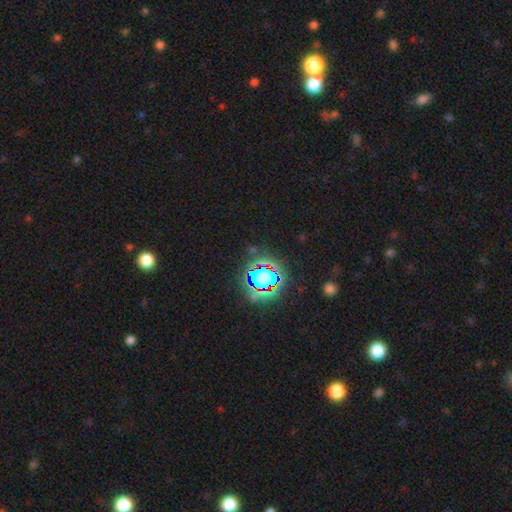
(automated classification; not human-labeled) This is clearly a star or artifact rather than a galaxy (81%).